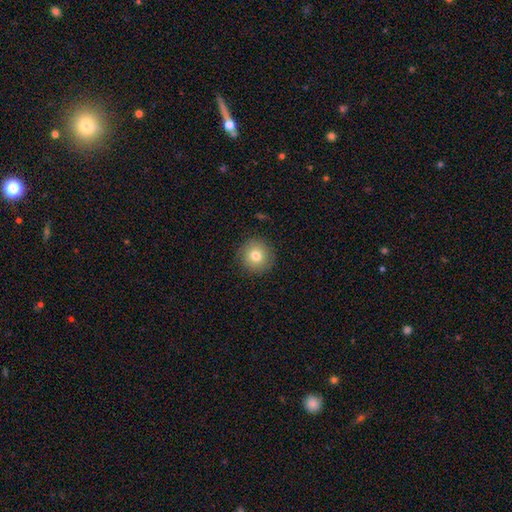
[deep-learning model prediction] Smooth or featured?
  - smooth: 78% *
  - featured or disk: 12%
  - star or artifact: 10%
How rounded?
  - round: 94% *
  - in between: 5%
  - cigar-shaped: 1%
Merging?
  - none: 89% *
  - minor disturbance: 8%
  - major disturbance: 2%
  - merger: 1%